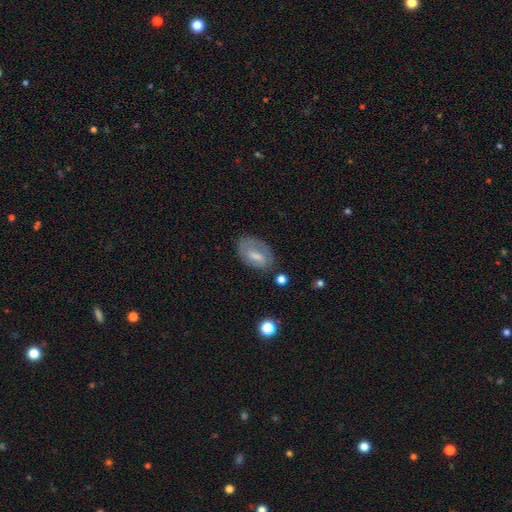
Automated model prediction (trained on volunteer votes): Overall: smooth (47%; featured or disk 45%). Merging: none (62%; minor disturbance 24%).